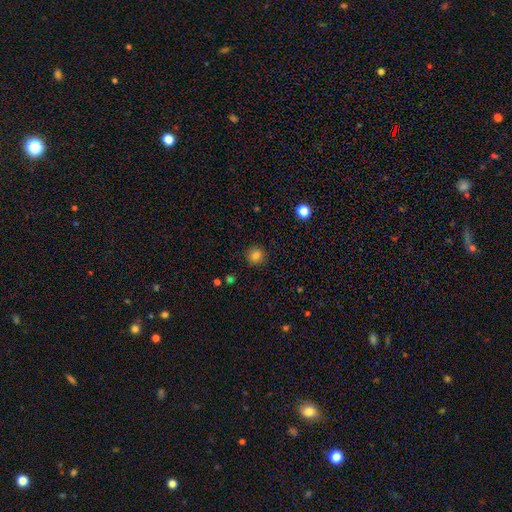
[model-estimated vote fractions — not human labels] This appears to be a smooth galaxy with no disk features (82%) that is round (92%). Merging: none (91%).